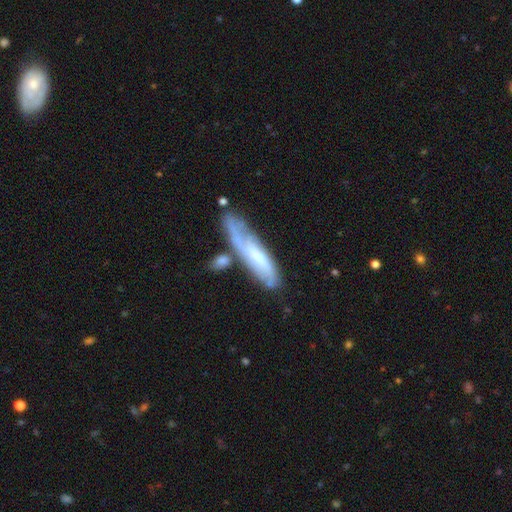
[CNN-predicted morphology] Q: Smooth or featured?
A: featured or disk (57%); runner-up: smooth (36%)
Q: Edge-on disk?
A: no (63%); runner-up: yes (37%)
Q: Merging?
A: none (42%); runner-up: minor disturbance (24%)